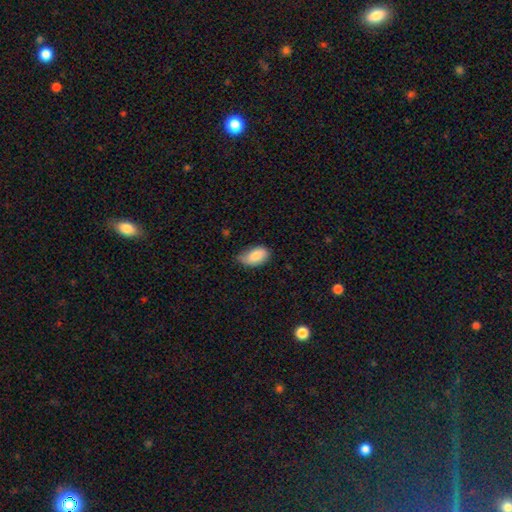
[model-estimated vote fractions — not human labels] smooth-or-featured: smooth: 85% | featured or disk: 8% | star or artifact: 7%
  how-rounded: in between: 93% | round: 4% | cigar-shaped: 2%
  merging: none: 50% | minor disturbance: 41% | major disturbance: 7% | merger: 2%